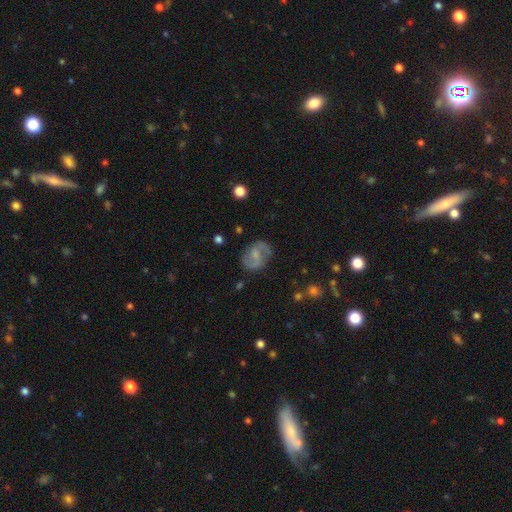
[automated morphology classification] The model was most divided on "bulge size": small: 40%, moderate: 32%, none: 22%, large: 4%, dominant: 1%. More confident: edge-on disk — no (97%); spiral arms — yes (91%); spiral arm count — 2 (89%); merging — none (77%); smooth or featured — featured or disk (72%); spiral winding — medium (51%); bar — weak (50%).